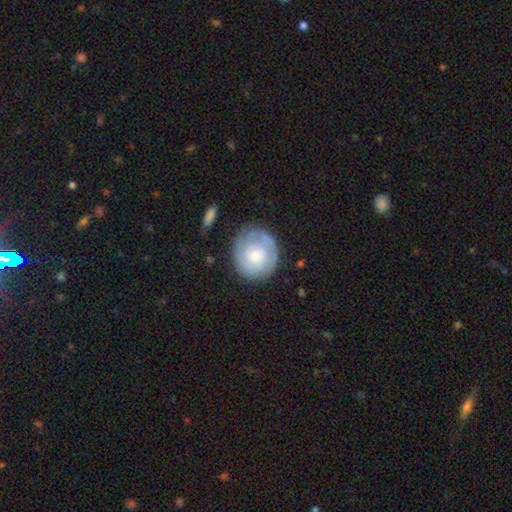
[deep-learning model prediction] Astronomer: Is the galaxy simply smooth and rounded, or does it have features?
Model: featured or disk — 61%.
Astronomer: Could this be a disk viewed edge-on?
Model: no — 97%.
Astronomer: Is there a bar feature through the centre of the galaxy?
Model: no — 77%.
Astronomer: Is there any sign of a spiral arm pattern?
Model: yes — 82%.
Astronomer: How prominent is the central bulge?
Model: small — 58% (runner-up: moderate, 35%).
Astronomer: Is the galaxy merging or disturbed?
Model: none — 76%.